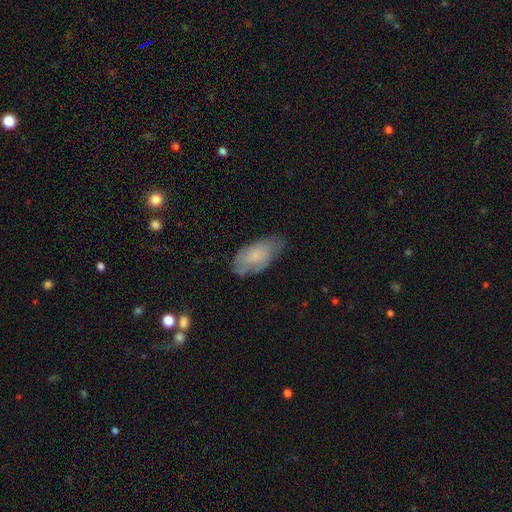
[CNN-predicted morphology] type=smooth (60%); roundness=in between (91%); merging=none (62%).